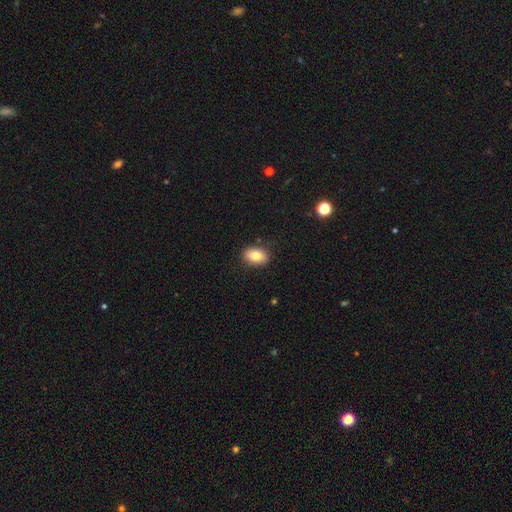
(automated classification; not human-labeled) The model was most divided on "how rounded": in between: 83%, round: 15%, cigar-shaped: 2%. More confident: merging — none (86%); smooth or featured — smooth (81%).